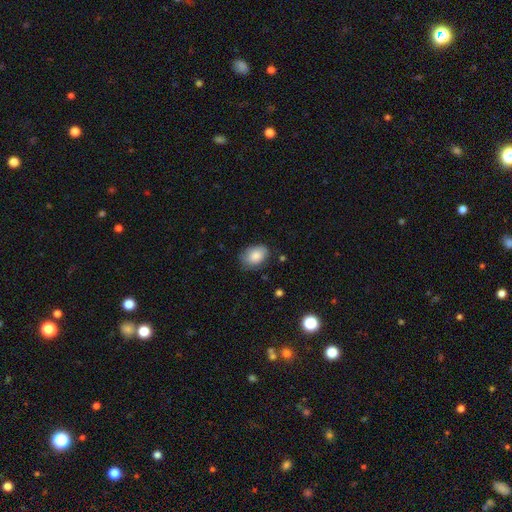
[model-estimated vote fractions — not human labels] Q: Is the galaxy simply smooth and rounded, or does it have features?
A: smooth — 85%.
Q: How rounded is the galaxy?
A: in between — 76%.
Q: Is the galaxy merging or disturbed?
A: none — 70%.